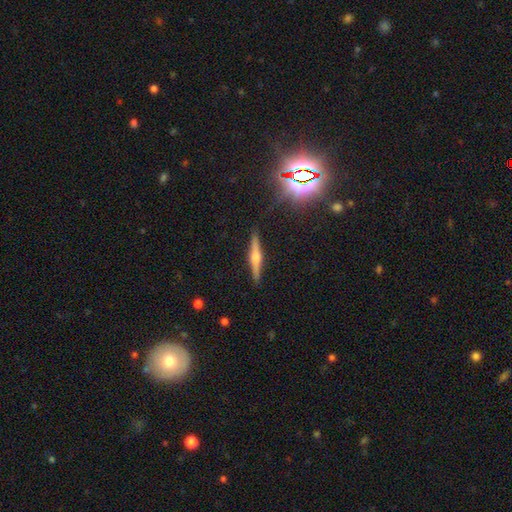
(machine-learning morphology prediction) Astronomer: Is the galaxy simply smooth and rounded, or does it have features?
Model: featured or disk — 66%.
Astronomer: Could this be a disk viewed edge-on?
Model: yes — 98%.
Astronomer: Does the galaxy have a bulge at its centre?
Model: rounded — 81%.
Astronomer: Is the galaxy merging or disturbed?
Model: none — 90%.